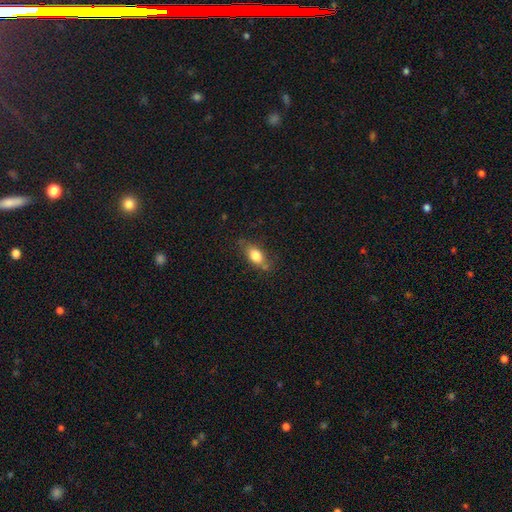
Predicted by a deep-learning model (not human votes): Morphology: type=smooth (78%); roundness=in between (82%); merging=none (66%).